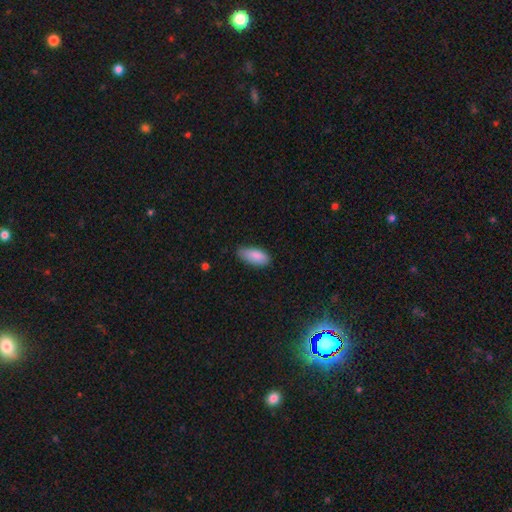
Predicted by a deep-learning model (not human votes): smooth-or-featured: smooth: 88% | star or artifact: 6% | featured or disk: 6%
  how-rounded: in between: 87% | cigar-shaped: 11% | round: 2%
  merging: none: 67% | minor disturbance: 28% | major disturbance: 4% | merger: 1%